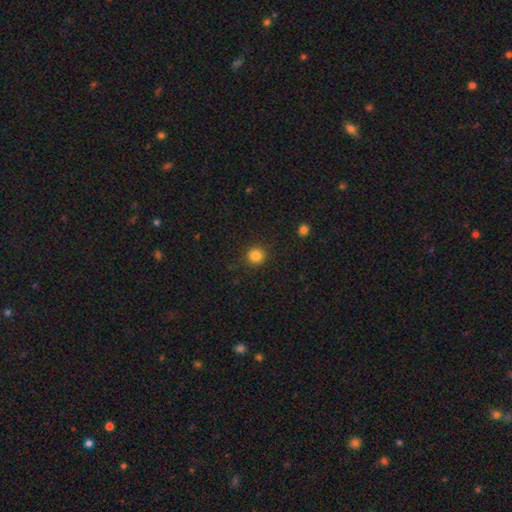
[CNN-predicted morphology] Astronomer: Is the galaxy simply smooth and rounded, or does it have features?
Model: smooth — 84%.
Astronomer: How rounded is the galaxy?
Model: round — 94%.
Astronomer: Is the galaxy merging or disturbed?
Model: none — 90%.